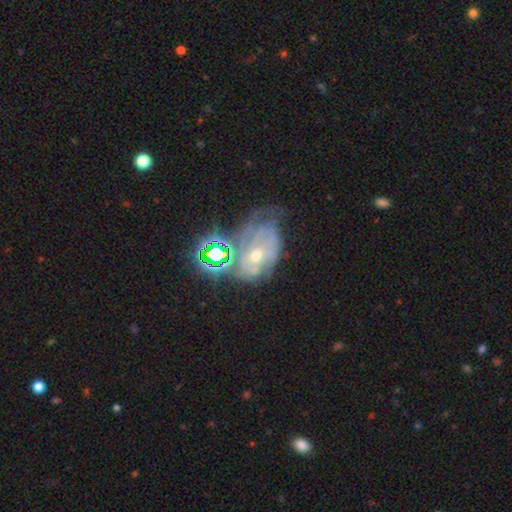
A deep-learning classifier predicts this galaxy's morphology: featured or disk 59%, star or artifact 25%, smooth 16%. Down the decision tree: edge-on disk — no (96%); bar — no (77%); spiral arms — yes (65%); bulge size — moderate (51%); merging — none (33%).